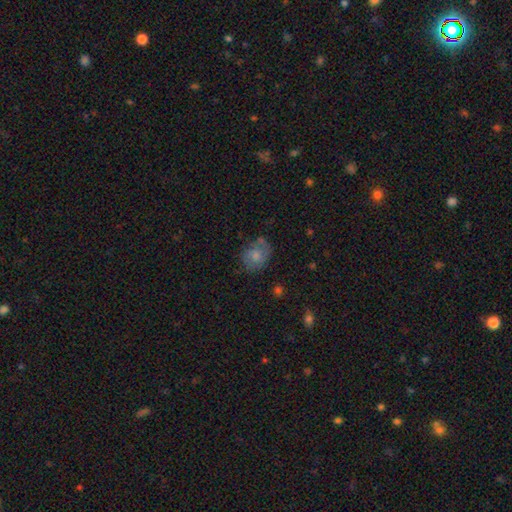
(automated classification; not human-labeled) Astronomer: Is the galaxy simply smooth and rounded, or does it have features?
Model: smooth — 58% (runner-up: featured or disk, 33%).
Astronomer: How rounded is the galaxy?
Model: round — 52% (runner-up: in between, 47%).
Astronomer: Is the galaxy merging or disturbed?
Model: none — 57%.